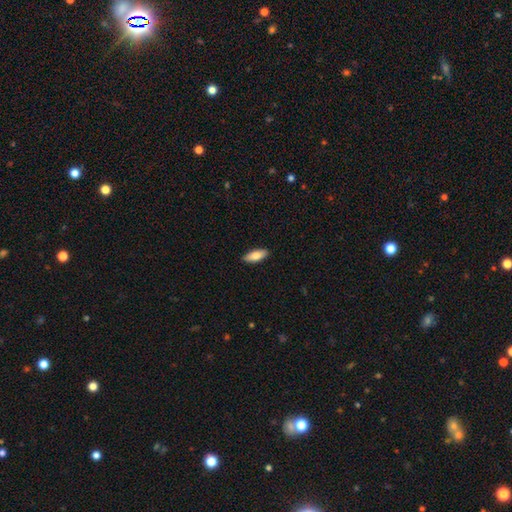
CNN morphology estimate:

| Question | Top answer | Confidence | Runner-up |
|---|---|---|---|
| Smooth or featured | smooth | 79% | featured or disk (15%) |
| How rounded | in between | 77% | cigar-shaped (21%) |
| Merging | none | 90% | minor disturbance (8%) |